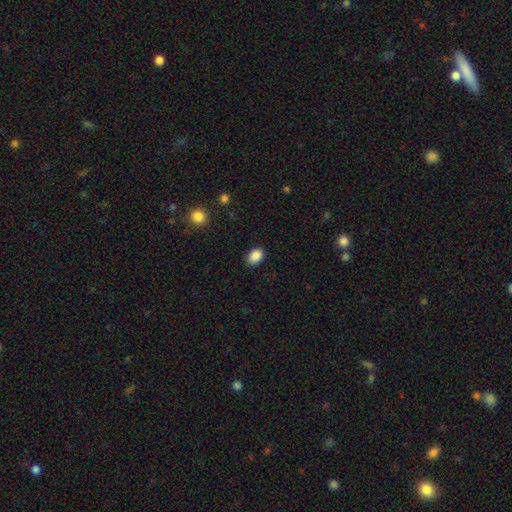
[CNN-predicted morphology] A smooth galaxy with no disk features (88%) that is in between round and cigar-shaped (77%). Merging: none (85%).